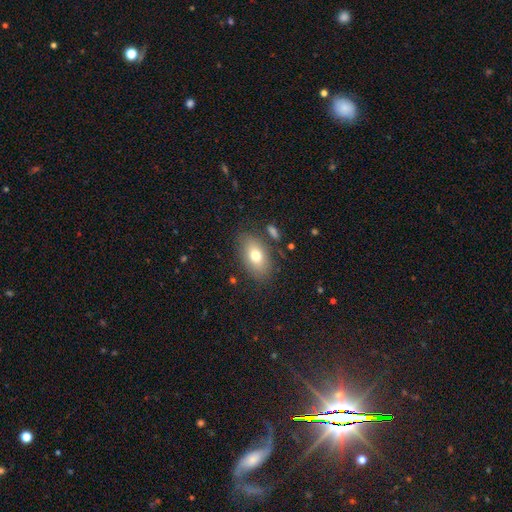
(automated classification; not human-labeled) A smooth galaxy with no disk features (74%) that is in between round and cigar-shaped (89%). Merging: none (79%).